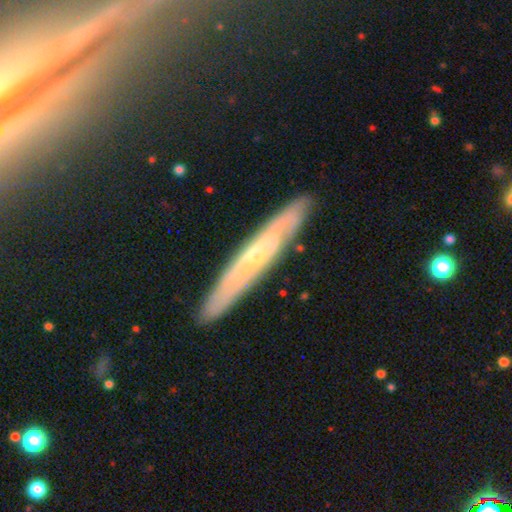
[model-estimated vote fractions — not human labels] A featured or disk galaxy (70%) viewed edge-on (69%).

Vote fractions:
- Smooth or featured? featured or disk: 70% / smooth: 24% / star or artifact: 7%
- Edge-on disk? yes: 69% / no: 31%
- Merging? none: 87% / minor disturbance: 10% / major disturbance: 2% / merger: 1%